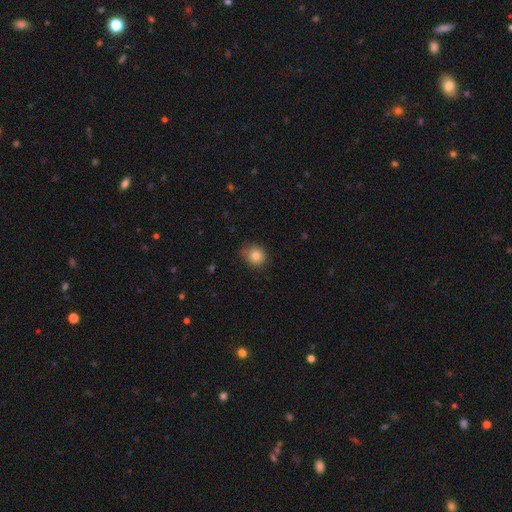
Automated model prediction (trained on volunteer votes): This appears to be a smooth galaxy with no disk features (83%) that is round (83%). Merging: none (76%).